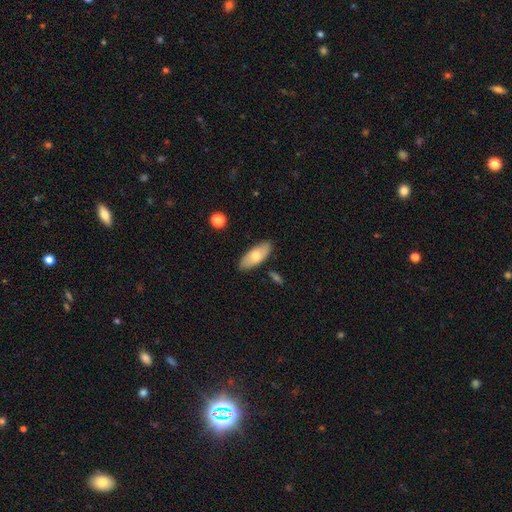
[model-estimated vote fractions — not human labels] smooth_or_featured: smooth (p=0.71) [alt: featured or disk p=0.23]
how_rounded: in between (p=0.85) [alt: cigar-shaped p=0.13]
merging: none (p=0.85) [alt: minor disturbance p=0.11]